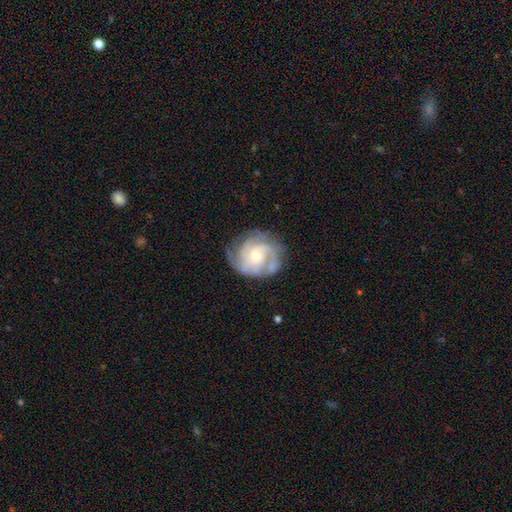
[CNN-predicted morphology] A featured or disk galaxy (84%) with no bar (70%), 3 (36%) tight (56%) spiral arms (96%) and a small central bulge (50%).

Vote fractions:
- Smooth or featured? featured or disk: 84% / smooth: 10% / star or artifact: 6%
- Edge-on disk? no: 98% / yes: 2%
- Bar? no: 70% / weak: 26% / strong: 5%
- Spiral arms? yes: 96% / no: 4%
- Spiral winding? tight: 56% / medium: 36% / loose: 8%
- Spiral arm count? 3: 36% / can't tell: 22% / 2: 18% / 4: 13% / 1: 6% / more than 4: 6%
- Bulge size? small: 50% / moderate: 46% / large: 2% / none: 1% / dominant: 1%
- Merging? none: 72% / minor disturbance: 19% / major disturbance: 8% / merger: 2%